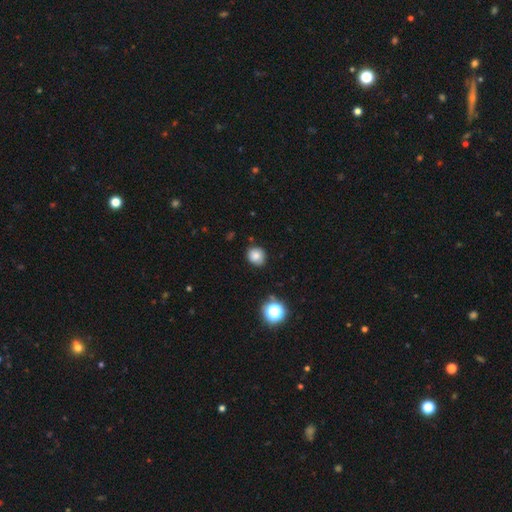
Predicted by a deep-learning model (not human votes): This appears to be a smooth galaxy with no disk features (81%) that is round (79%). Merging: none (81%).